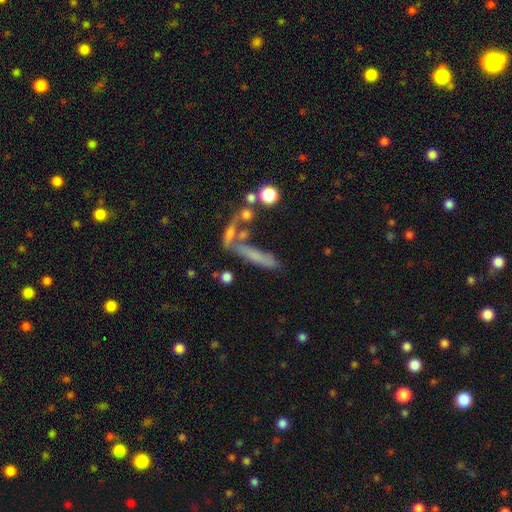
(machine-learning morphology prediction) The model was most divided on "merging": none: 44%, merger: 28%, minor disturbance: 15%, major disturbance: 13%. More confident: how rounded — cigar-shaped (75%); smooth or featured — smooth (56%).